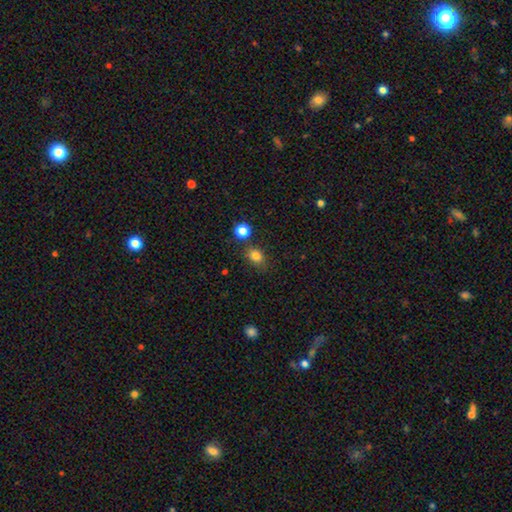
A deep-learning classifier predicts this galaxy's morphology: type=smooth (81%); roundness=in between (56%); merging=none (74%).